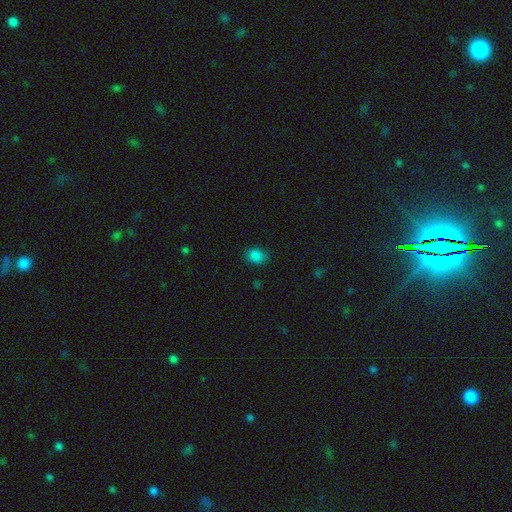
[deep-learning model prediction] smooth-or-featured: smooth: 83% | star or artifact: 13% | featured or disk: 3%
  how-rounded: in between: 68% | round: 31% | cigar-shaped: 1%
  merging: none: 81% | minor disturbance: 14% | major disturbance: 3% | merger: 1%